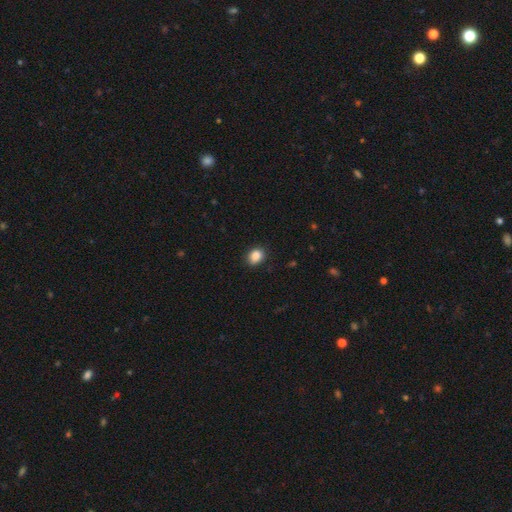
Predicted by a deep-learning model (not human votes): This is clearly a smooth galaxy (87%). How rounded: possibly round (50%). Merging: clearly none (87%).